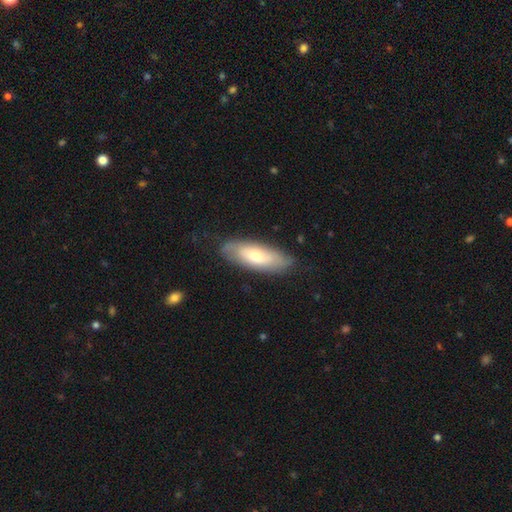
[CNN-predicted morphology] Smooth or featured? Predicted: smooth (p=0.53). How rounded? Predicted: in between (p=0.68). Merging? Predicted: none (p=0.77).